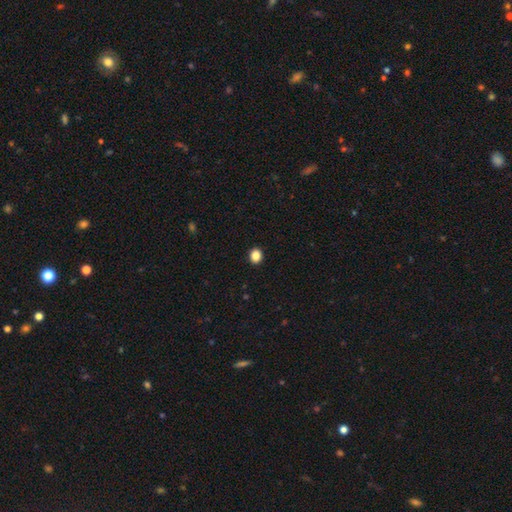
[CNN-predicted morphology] Overall: smooth (86%). How rounded: round (68%; in between 31%). Merging: none (92%).